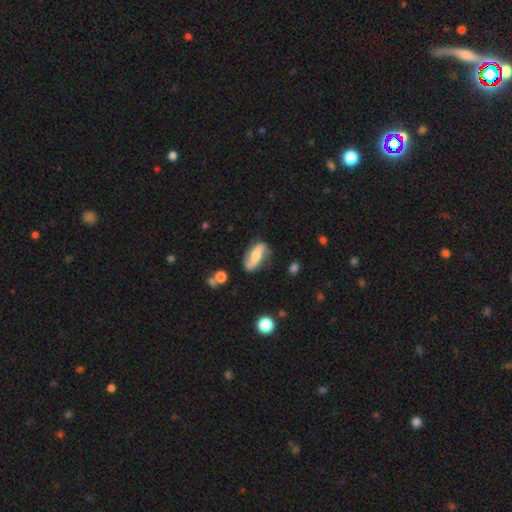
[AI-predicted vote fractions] Morphology: type=featured or disk (66%); edge-on=no (88%); bar=no (43%); spiral arms=yes (91%); winding=loose (69%); arm count=2 (90%); bulge=moderate (48%); merging=none (75%).